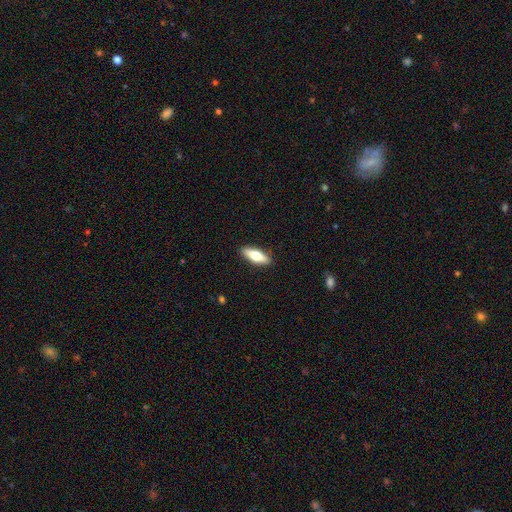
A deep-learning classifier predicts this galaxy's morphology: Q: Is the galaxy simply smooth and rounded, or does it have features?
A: smooth — 67%.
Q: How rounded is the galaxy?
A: in between — 60%.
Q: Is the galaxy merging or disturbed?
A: none — 90%.